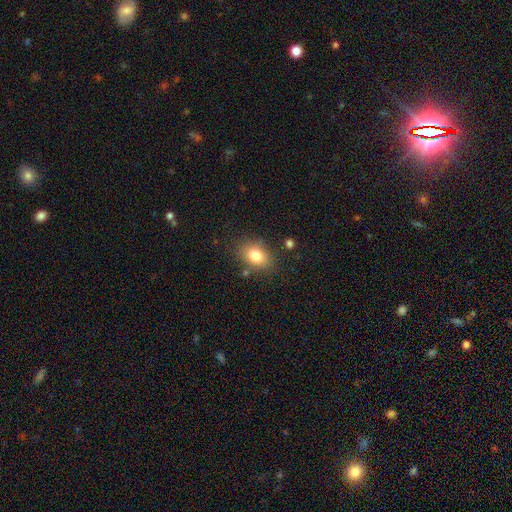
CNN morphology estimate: Smooth or featured? smooth (80%)
How rounded? in between (77%)
Merging? none (80%)